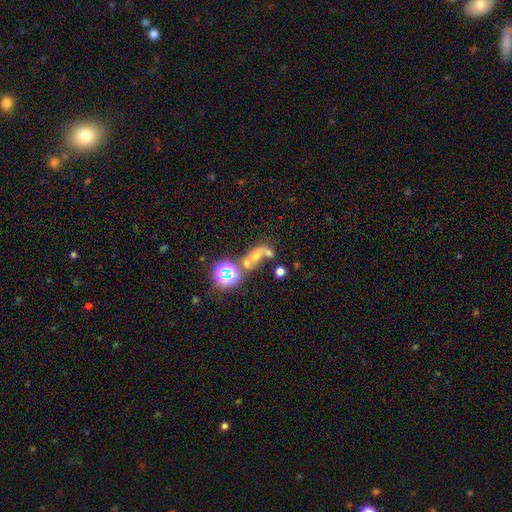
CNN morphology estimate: The model was most divided on "smooth or featured" (2-way tie): star or artifact: 35%, smooth: 35%, featured or disk: 30%.